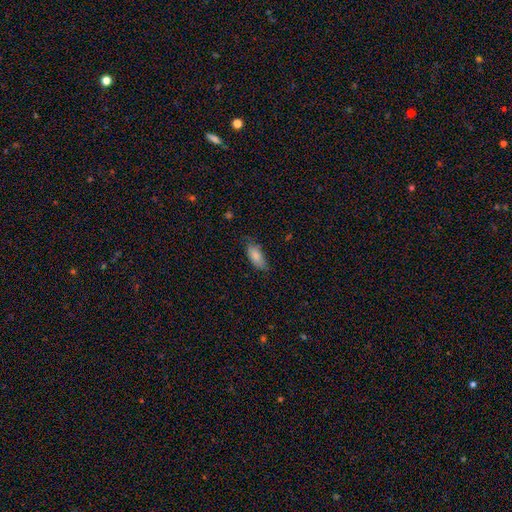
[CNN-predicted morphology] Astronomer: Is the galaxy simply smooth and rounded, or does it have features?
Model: smooth — 83%.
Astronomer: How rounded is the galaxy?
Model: in between — 85%.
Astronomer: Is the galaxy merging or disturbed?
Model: none — 70%.